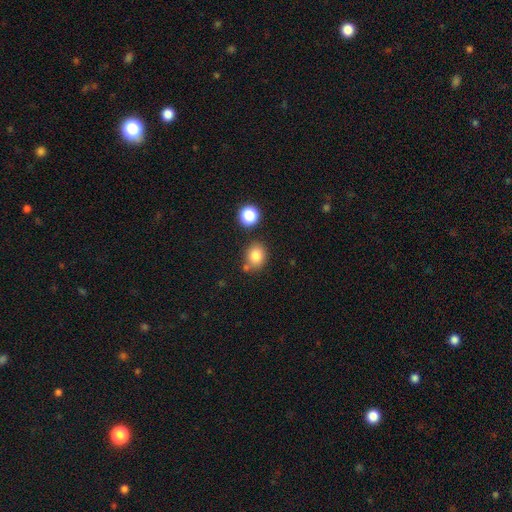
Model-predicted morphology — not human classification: Smooth or featured: smooth — 81% (star or artifact — 11%)
How rounded: round — 63% (in between — 36%)
Merging: none — 72% (minor disturbance — 13%)